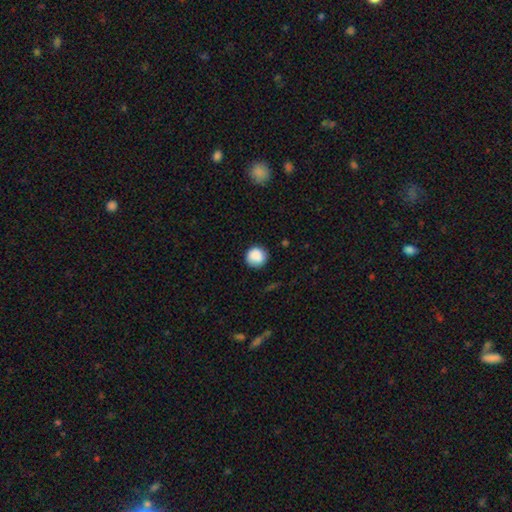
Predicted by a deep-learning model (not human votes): Overall: smooth (88%). How rounded: round (93%). Merging: none (84%).